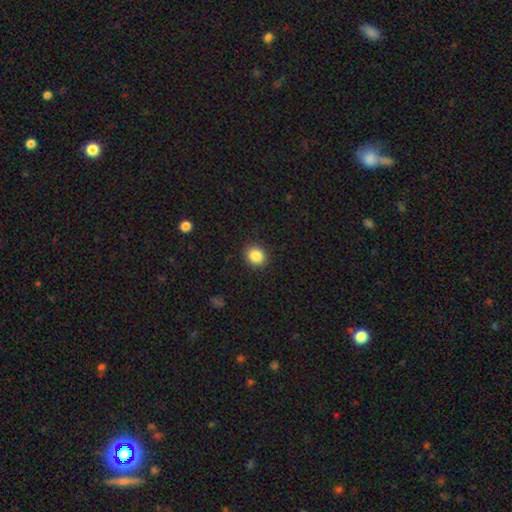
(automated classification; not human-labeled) This appears to be a smooth galaxy with no disk features (87%) that is round (75%). Merging: none (90%).